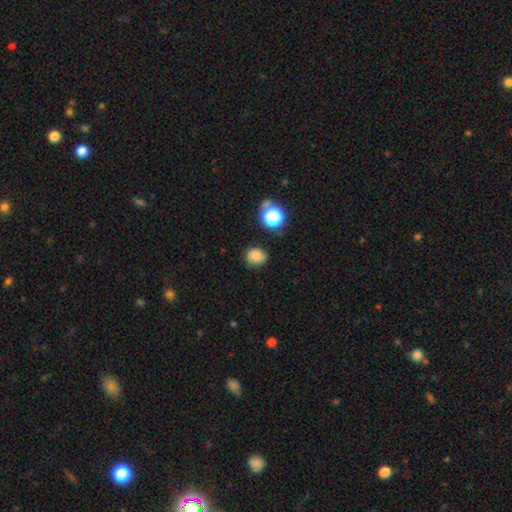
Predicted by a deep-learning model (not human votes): Morphology: type=smooth (80%); roundness=round (59%); merging=none (79%).